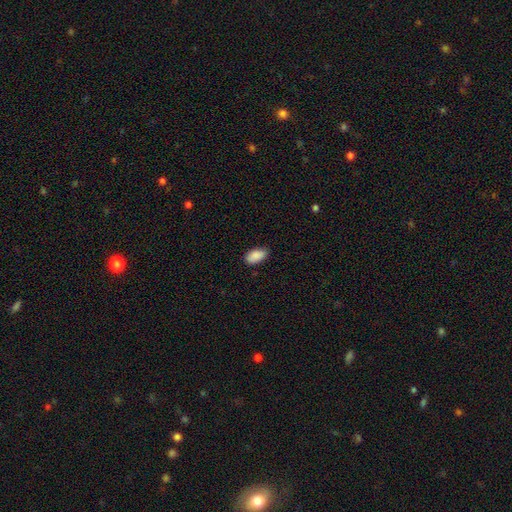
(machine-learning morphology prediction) Smooth or featured?
  - smooth: 90% *
  - star or artifact: 7%
  - featured or disk: 4%
How rounded?
  - in between: 94% *
  - cigar-shaped: 3%
  - round: 3%
Merging?
  - none: 81% *
  - minor disturbance: 16%
  - major disturbance: 3%
  - merger: 1%